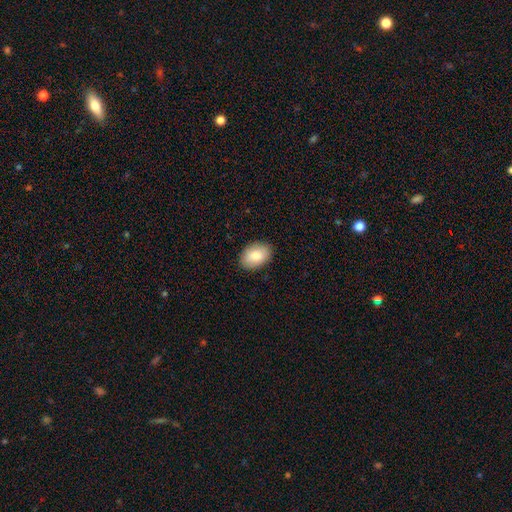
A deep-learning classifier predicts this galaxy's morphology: The model was most divided on "smooth or featured": smooth: 82%, featured or disk: 11%, star or artifact: 7%. More confident: merging — none (89%); how rounded — in between (86%).